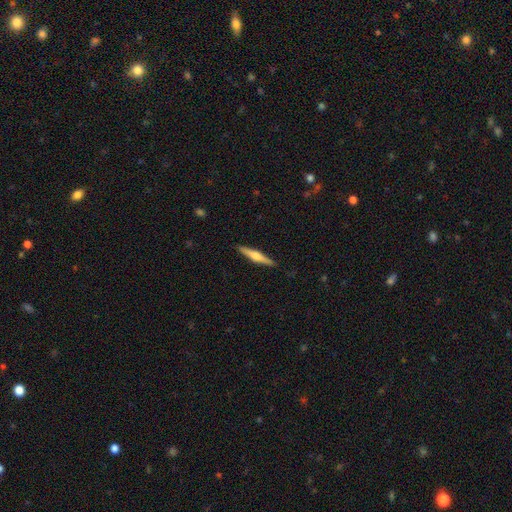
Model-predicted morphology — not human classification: smooth-or-featured: featured or disk: 64% | smooth: 30% | star or artifact: 5%
  disk-edge-on: yes: 98% | no: 2%
    edge-on-bulge: rounded: 86% | boxy: 9% | none: 5%
  merging: none: 91% | minor disturbance: 7% | major disturbance: 1% | merger: 1%